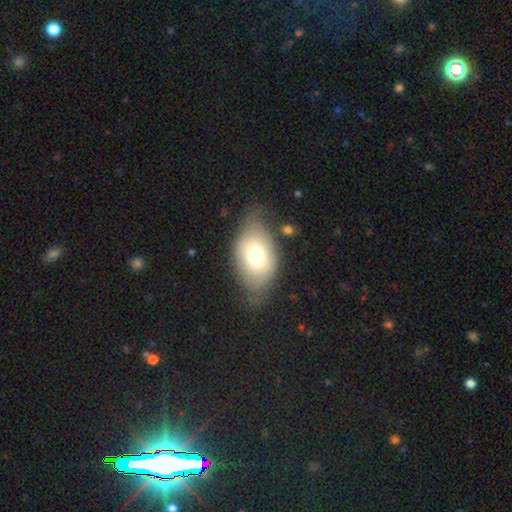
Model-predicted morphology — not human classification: The model was most divided on "merging": none: 59%, minor disturbance: 29%, major disturbance: 9%, merger: 3%. More confident: how rounded — in between (88%); smooth or featured — smooth (71%).